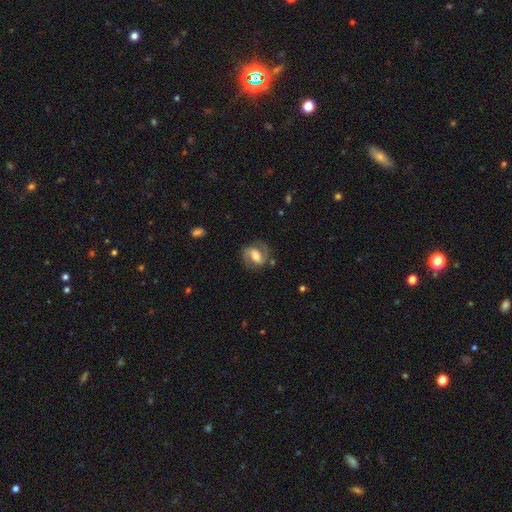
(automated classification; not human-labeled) smooth-or-featured: featured or disk: 71% | smooth: 22% | star or artifact: 7%
  disk-edge-on: no: 96% | yes: 4%
    bar: weak: 42% | strong: 35% | no: 22%
    has-spiral-arms: yes: 90% | no: 10%
      spiral-winding: medium: 51% | tight: 26% | loose: 23%
      spiral-arm-count: 2: 87% | can't tell: 6% | 1: 4% | 3: 1% | 4: 1% | more than 4: 1%
    bulge-size: moderate: 51% | large: 22% | small: 20% | none: 4% | dominant: 3%
  merging: none: 74% | minor disturbance: 16% | major disturbance: 8% | merger: 2%